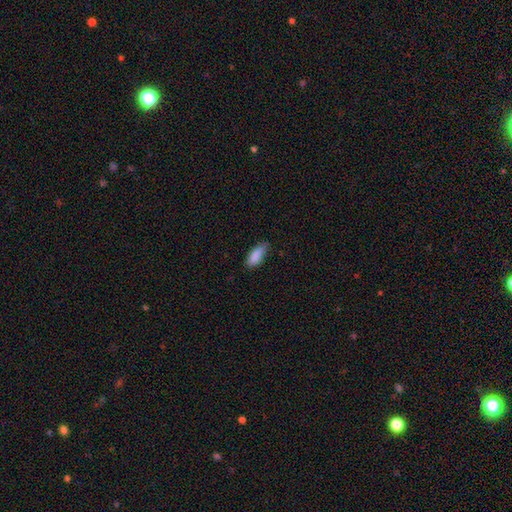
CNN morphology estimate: Smooth or featured? smooth (88%)
How rounded? in between (76%)
Merging? none (68%)